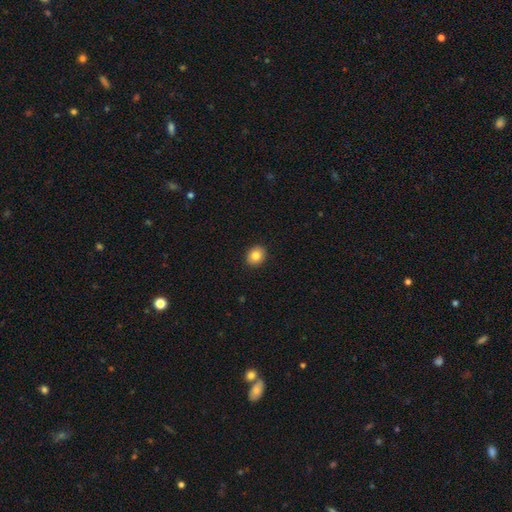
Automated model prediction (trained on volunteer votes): Q: Smooth or featured?
A: smooth (84%); runner-up: star or artifact (9%)
Q: How rounded?
A: round (64%); runner-up: in between (35%)
Q: Merging?
A: none (92%); runner-up: minor disturbance (6%)